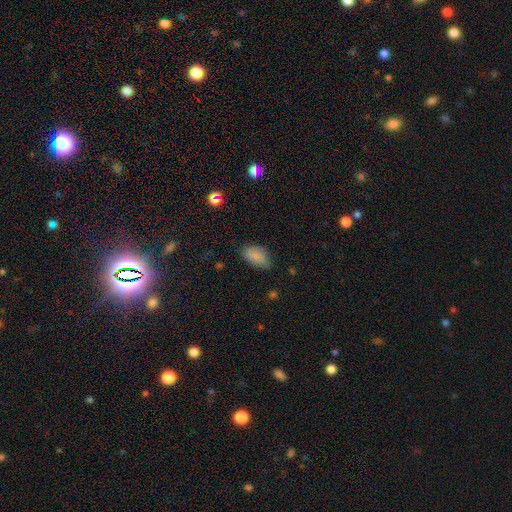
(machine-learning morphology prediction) Smooth or featured: smooth — 83% (featured or disk — 9%)
How rounded: in between — 93% (round — 5%)
Merging: none — 70% (minor disturbance — 24%)